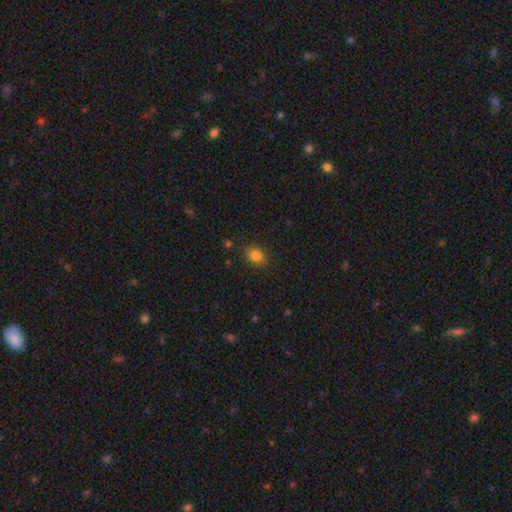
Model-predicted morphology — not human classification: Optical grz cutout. It shows a smooth galaxy with no disk features (83%) that is in between round and cigar-shaped (55%). Merging: none (86%).